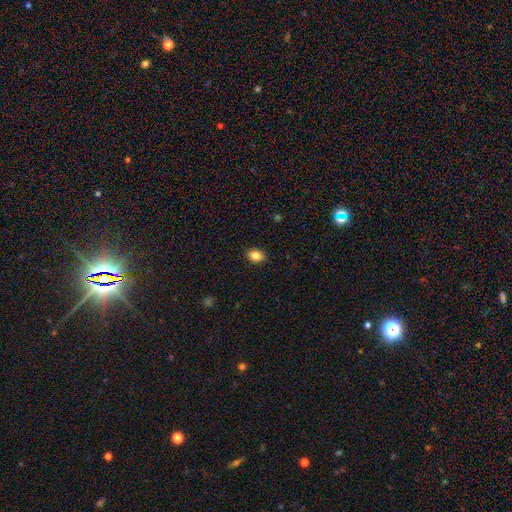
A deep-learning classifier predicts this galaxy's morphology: smooth-or-featured: smooth: 85% | star or artifact: 9% | featured or disk: 6%
  how-rounded: in between: 77% | round: 21% | cigar-shaped: 1%
  merging: none: 89% | minor disturbance: 8% | major disturbance: 2% | merger: 1%